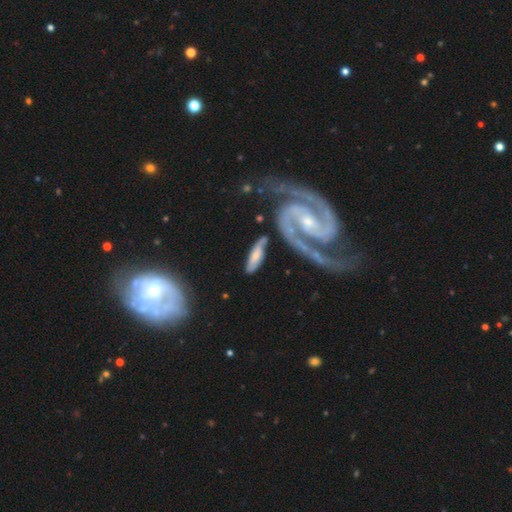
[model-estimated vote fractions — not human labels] Smooth or featured?
  - featured or disk: 49% *
  - smooth: 45%
  - star or artifact: 6%
Merging?
  - none: 62% *
  - minor disturbance: 18%
  - merger: 10%
  - major disturbance: 9%